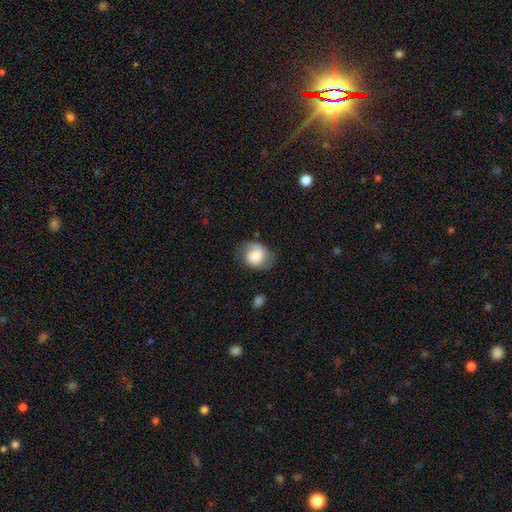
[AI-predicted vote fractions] Smooth or featured: smooth — 55% (featured or disk — 37%)
How rounded: round — 51% (in between — 48%)
Merging: none — 56% (minor disturbance — 28%)